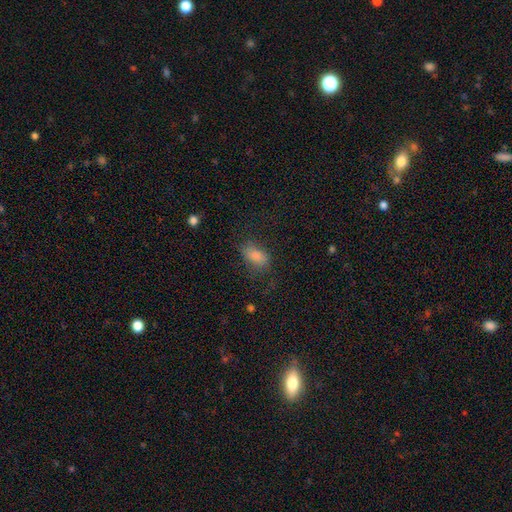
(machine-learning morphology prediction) smooth-or-featured: smooth: 76% | star or artifact: 14% | featured or disk: 10%
  how-rounded: in between: 87% | round: 8% | cigar-shaped: 4%
  merging: none: 73% | minor disturbance: 17% | major disturbance: 9% | merger: 1%